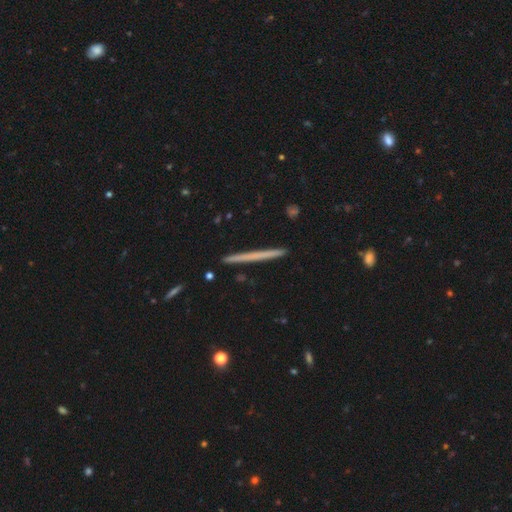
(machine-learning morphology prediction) Q: Smooth or featured?
A: featured or disk (51%); runner-up: smooth (42%)
Q: Edge-on disk?
A: yes (98%); runner-up: no (2%)
Q: Merging?
A: none (91%); runner-up: minor disturbance (6%)